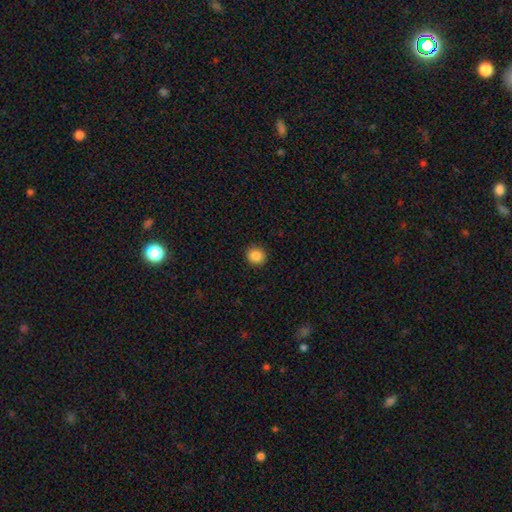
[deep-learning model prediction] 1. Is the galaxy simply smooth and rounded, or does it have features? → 86% smooth, 10% star or artifact, 4% featured or disk.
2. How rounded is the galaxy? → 87% round, 12% in between, 1% cigar-shaped.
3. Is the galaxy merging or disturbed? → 91% none, 6% minor disturbance, 2% major disturbance, 1% merger.